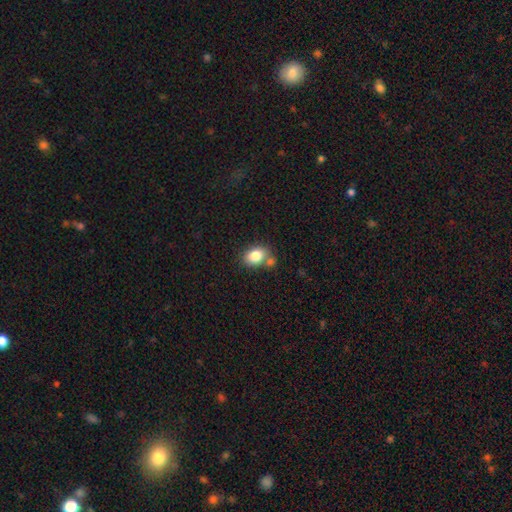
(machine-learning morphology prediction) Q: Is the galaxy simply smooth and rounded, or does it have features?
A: smooth — 82%.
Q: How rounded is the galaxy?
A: in between — 70%.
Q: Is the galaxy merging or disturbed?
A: none — 57%.